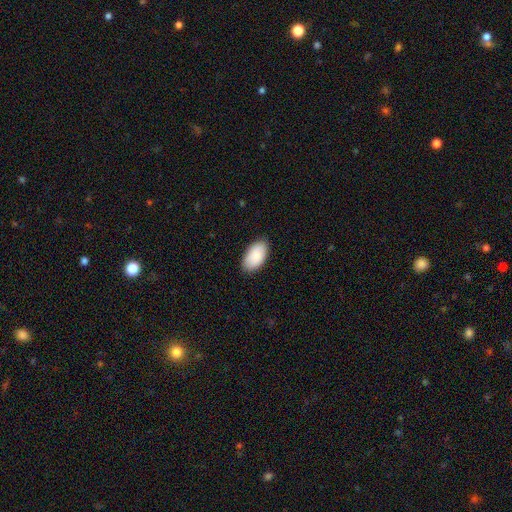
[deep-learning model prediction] The model was most divided on "merging": none: 86%, minor disturbance: 11%, major disturbance: 2%, merger: 1%. More confident: how rounded — in between (96%); smooth or featured — smooth (87%).